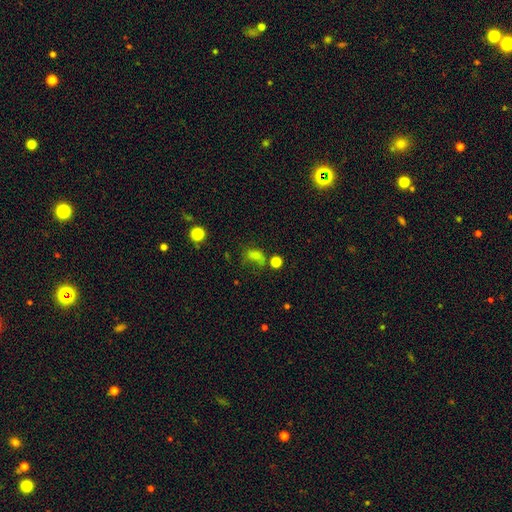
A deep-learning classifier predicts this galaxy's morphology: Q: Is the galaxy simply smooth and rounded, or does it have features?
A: smooth — 67%.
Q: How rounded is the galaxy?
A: in between — 67%.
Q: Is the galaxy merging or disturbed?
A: none — 35%.